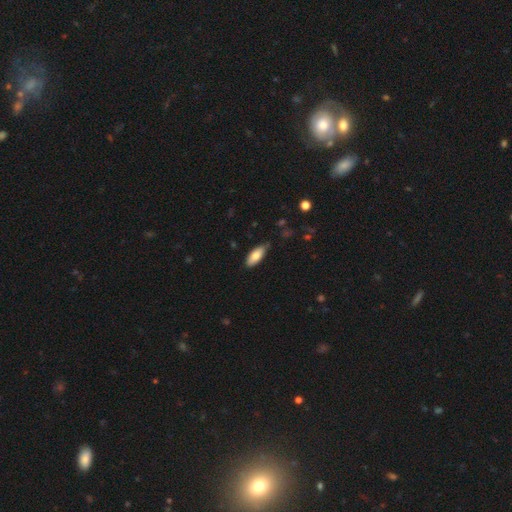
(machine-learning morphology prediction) Smooth or featured: smooth — 80% (featured or disk — 14%)
How rounded: in between — 82% (cigar-shaped — 16%)
Merging: none — 78% (minor disturbance — 18%)